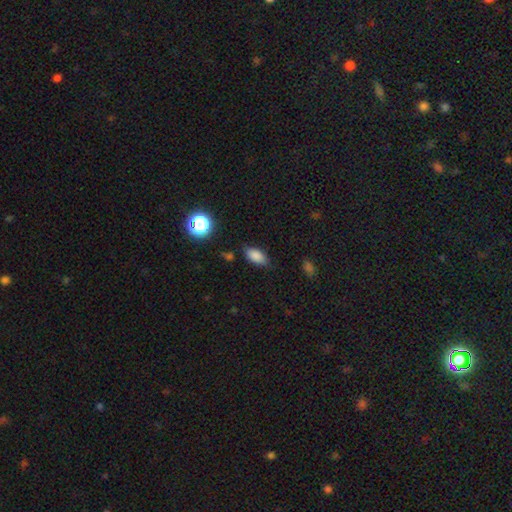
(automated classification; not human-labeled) Morphology: type=smooth (84%); roundness=in between (89%); merging=none (75%).